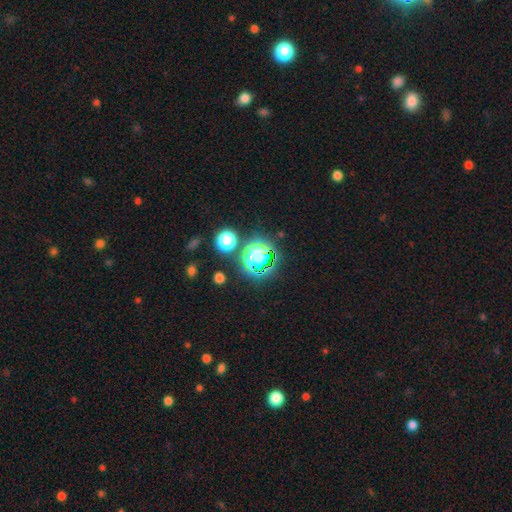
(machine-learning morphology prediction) smooth_or_featured: star or artifact (p=0.62) [alt: smooth p=0.29]